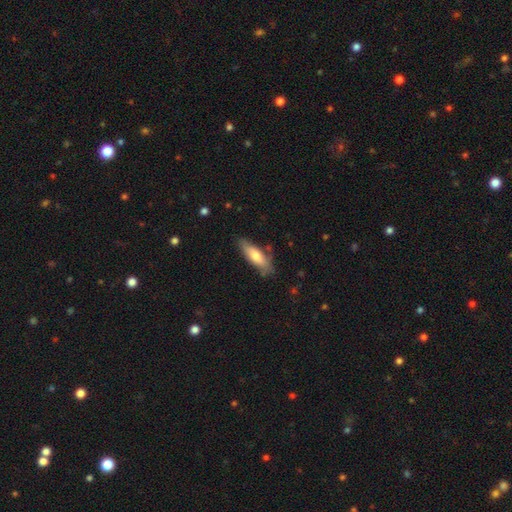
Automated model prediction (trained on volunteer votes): A smooth galaxy with no disk features (68%) that is in between round and cigar-shaped (57%).

Vote fractions:
- Smooth or featured? smooth: 68% / featured or disk: 26% / star or artifact: 6%
- How rounded? in between: 57% / cigar-shaped: 41% / round: 2%
- Merging? none: 72% / minor disturbance: 21% / major disturbance: 4% / merger: 3%